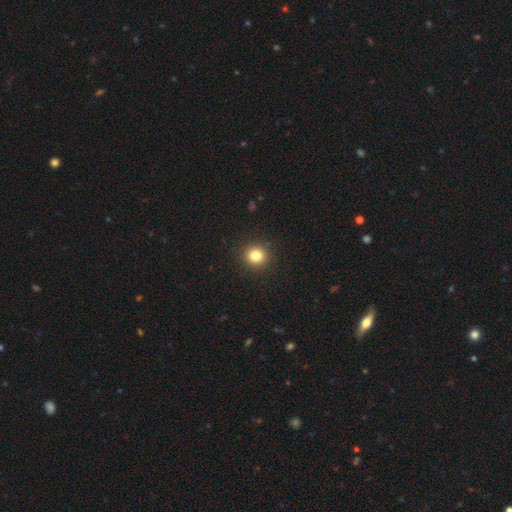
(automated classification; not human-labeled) This is clearly a smooth galaxy (82%). How rounded: clearly round (91%). Merging: clearly none (92%).